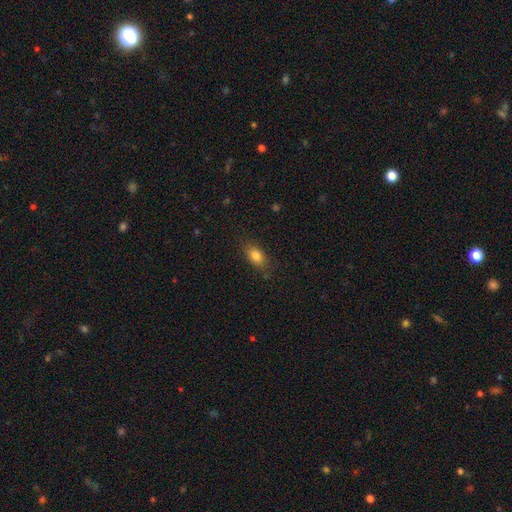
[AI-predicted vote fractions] smooth 83%, star or artifact 9%, featured or disk 8%. Down the decision tree: how rounded — in between (83%); merging — none (81%).